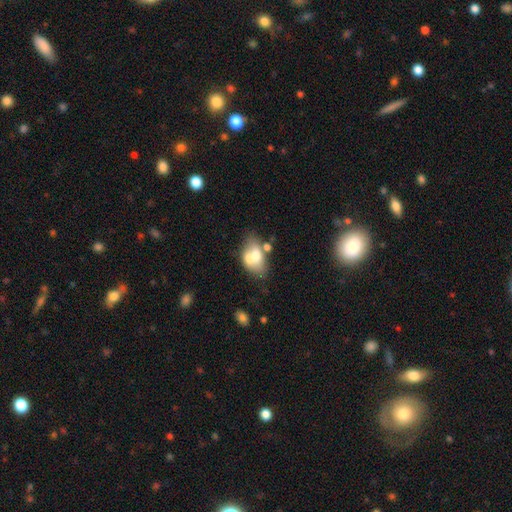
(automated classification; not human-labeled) smooth 58%, featured or disk 34%, star or artifact 8%. Down the decision tree: how rounded — in between (85%); merging — merger (43%).